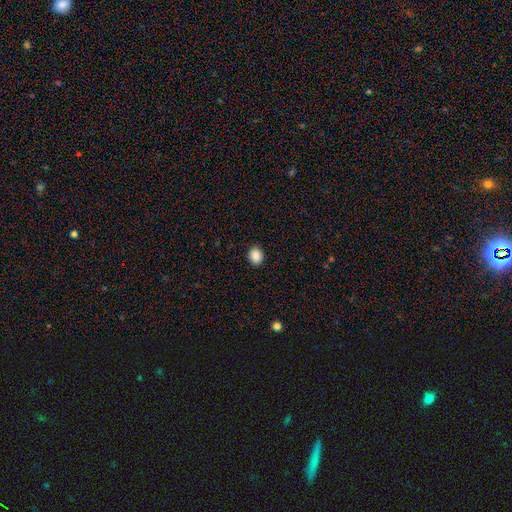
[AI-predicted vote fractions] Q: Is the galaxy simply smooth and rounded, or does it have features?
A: smooth — 88%.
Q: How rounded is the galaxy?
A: round — 57%.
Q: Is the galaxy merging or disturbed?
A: none — 91%.